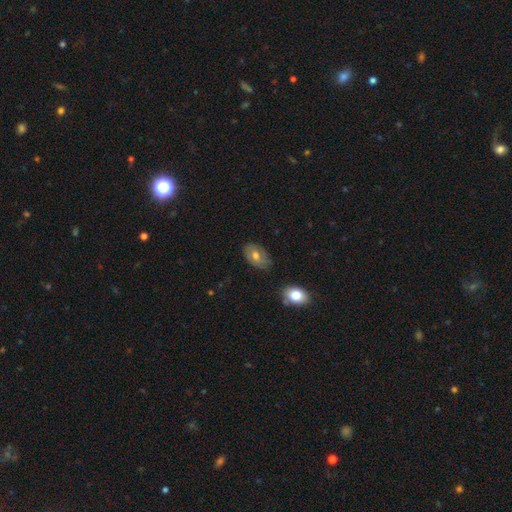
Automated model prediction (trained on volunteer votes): Smooth or featured?
  - smooth: 62% *
  - featured or disk: 29%
  - star or artifact: 9%
How rounded?
  - in between: 90% *
  - round: 8%
  - cigar-shaped: 2%
Merging?
  - none: 75% *
  - minor disturbance: 19%
  - major disturbance: 4%
  - merger: 2%